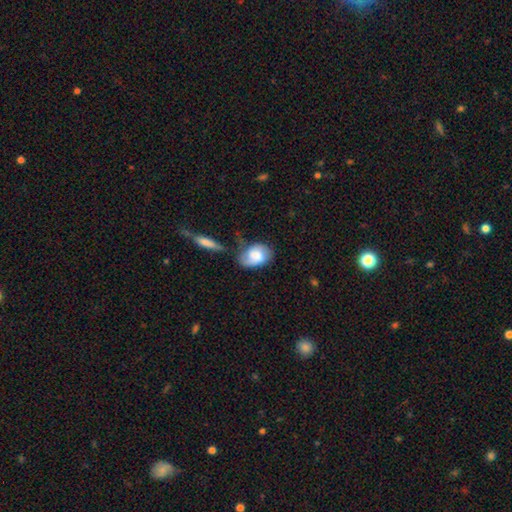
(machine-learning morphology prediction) type=smooth (56%); roundness=in between (81%); merging=none (46%).